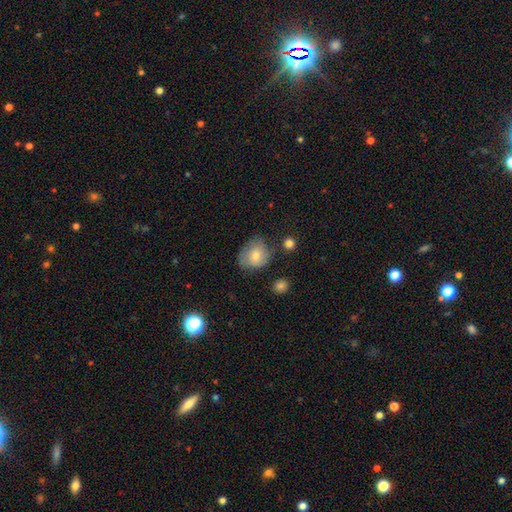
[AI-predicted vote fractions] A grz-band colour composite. It shows a smooth galaxy with no disk features (65%) that is round (66%). Merging: none (59%).